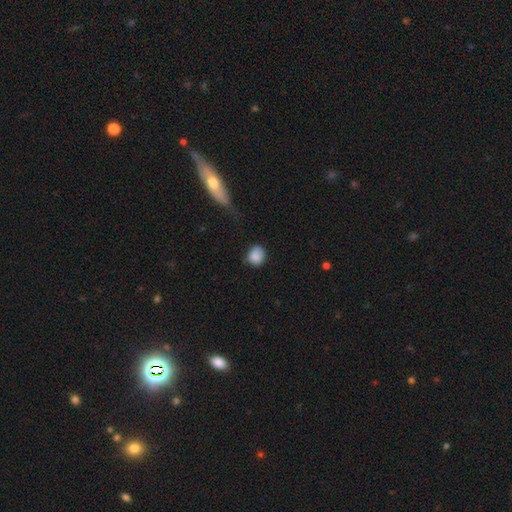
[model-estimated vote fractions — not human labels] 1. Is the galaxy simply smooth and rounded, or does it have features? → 87% smooth, 8% star or artifact, 5% featured or disk.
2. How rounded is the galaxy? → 74% round, 25% in between, 1% cigar-shaped.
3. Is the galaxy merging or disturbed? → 72% none, 21% minor disturbance, 5% major disturbance, 2% merger.